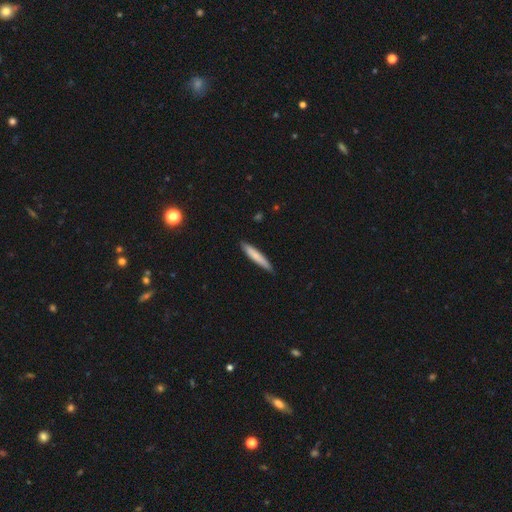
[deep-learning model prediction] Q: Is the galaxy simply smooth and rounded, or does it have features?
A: smooth — 77%.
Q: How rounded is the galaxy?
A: cigar-shaped — 92%.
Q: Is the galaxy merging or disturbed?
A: none — 85%.